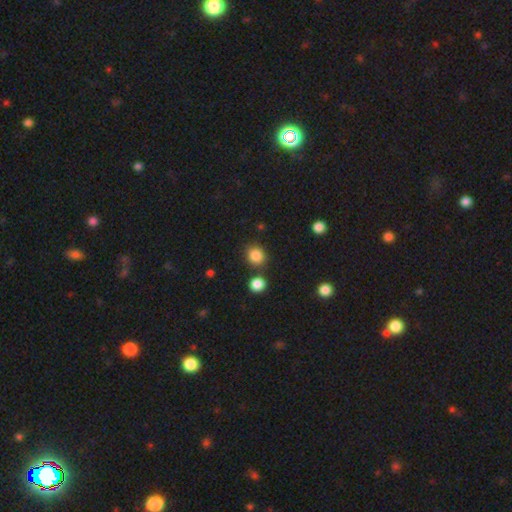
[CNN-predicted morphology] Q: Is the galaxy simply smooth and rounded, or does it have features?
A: smooth — 86%.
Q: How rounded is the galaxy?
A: round — 79%.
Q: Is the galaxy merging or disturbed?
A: none — 76%.